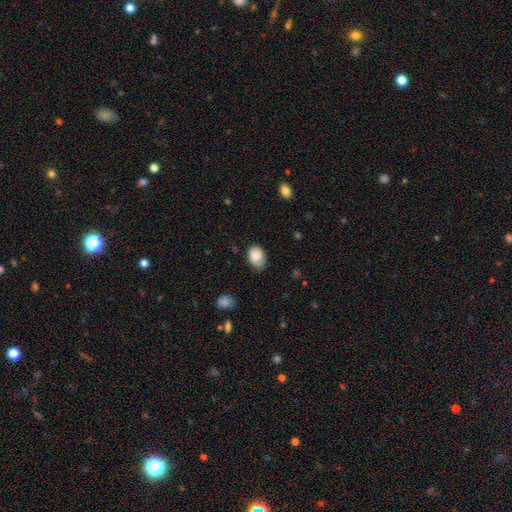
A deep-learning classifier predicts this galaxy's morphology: Smooth or featured: smooth — 82% (featured or disk — 11%)
How rounded: in between — 76% (round — 23%)
Merging: none — 65% (minor disturbance — 28%)